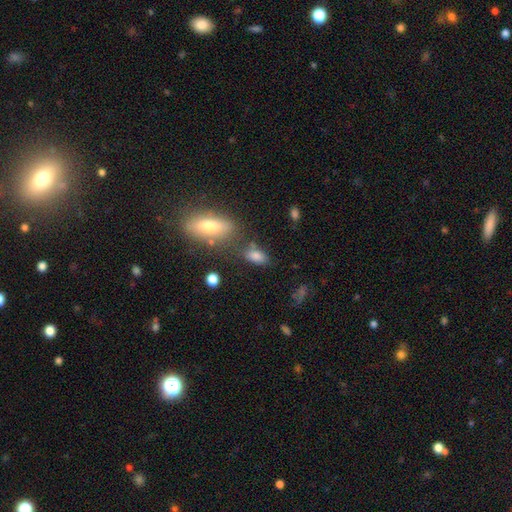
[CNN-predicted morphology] Smooth or featured? smooth (80%)
How rounded? in between (88%)
Merging? none (59%)